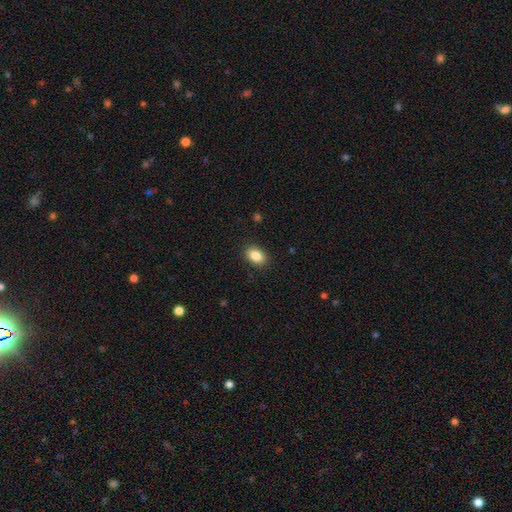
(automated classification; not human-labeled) smooth-or-featured: smooth: 86% | star or artifact: 8% | featured or disk: 5%
  how-rounded: in between: 83% | round: 15% | cigar-shaped: 1%
  merging: none: 88% | minor disturbance: 8% | major disturbance: 2% | merger: 1%